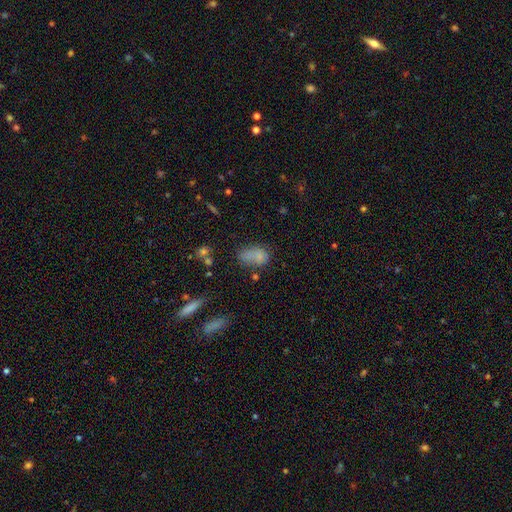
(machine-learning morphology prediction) This appears to be a smooth galaxy with no disk features (73%) that is in between round and cigar-shaped (85%). Merging: none (43%).